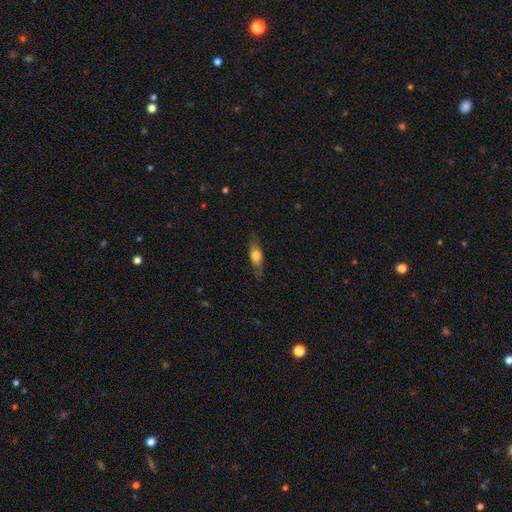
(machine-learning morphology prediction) This appears to be a smooth galaxy with no disk features (58%) that is in between round and cigar-shaped (56%). Merging: none (76%).